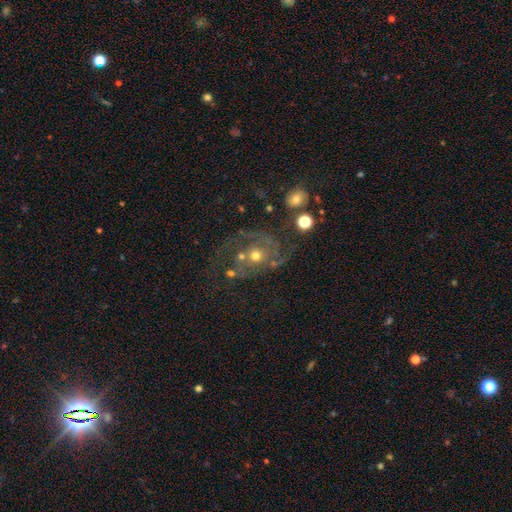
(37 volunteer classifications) This appears to be a featured or disk galaxy (78%) with no bar (74%), 2 (70%) medium (39%) spiral arms (85%) and a moderate central bulge (67%). Merging: major disturbance (34%).